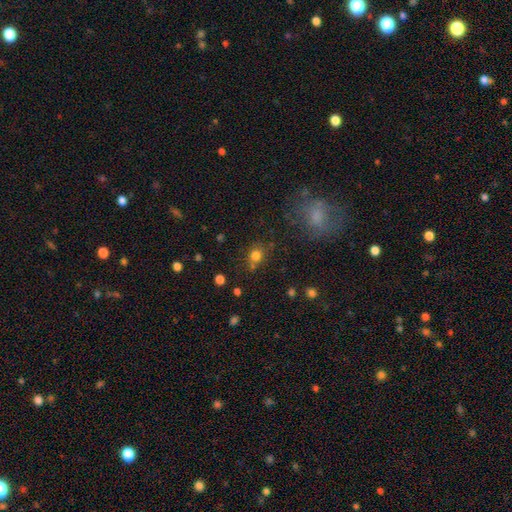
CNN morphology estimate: Overall: smooth (76%). How rounded: round (72%). Merging: none (68%).